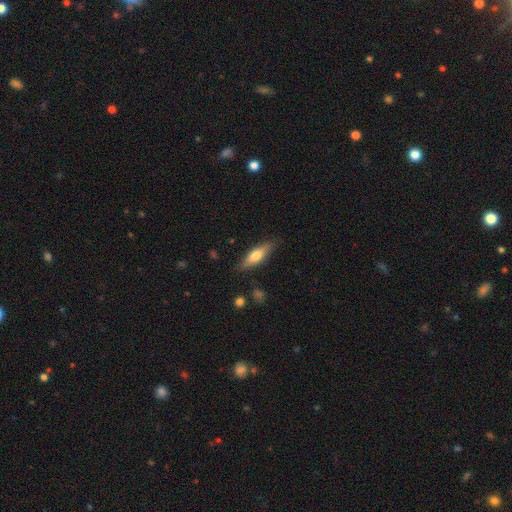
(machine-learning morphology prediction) Smooth or featured: smooth — 58% (featured or disk — 36%)
How rounded: cigar-shaped — 55% (in between — 42%)
Merging: none — 83% (minor disturbance — 13%)